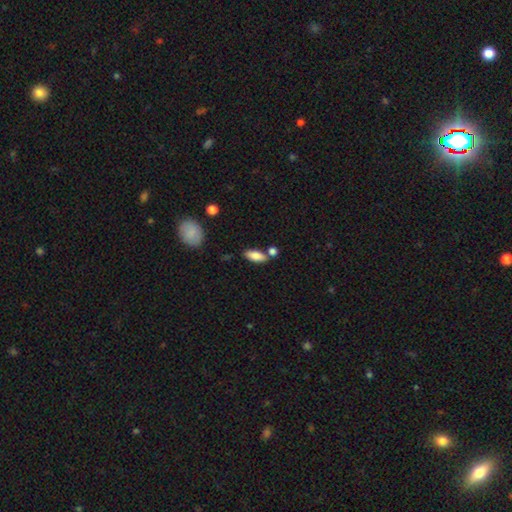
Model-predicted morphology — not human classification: Smooth or featured? smooth (83%)
How rounded? in between (80%)
Merging? none (69%)